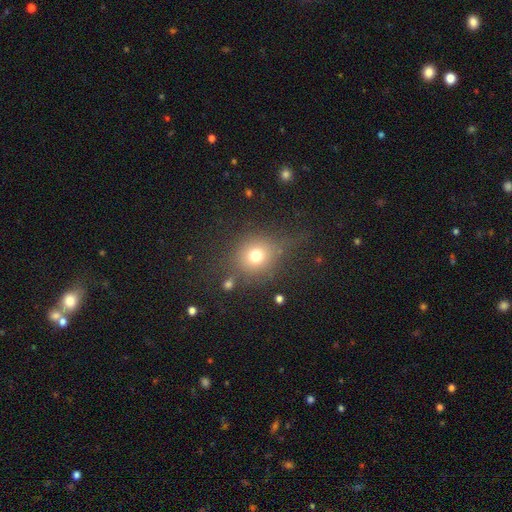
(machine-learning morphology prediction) type=smooth (72%); roundness=round (84%); merging=none (68%).